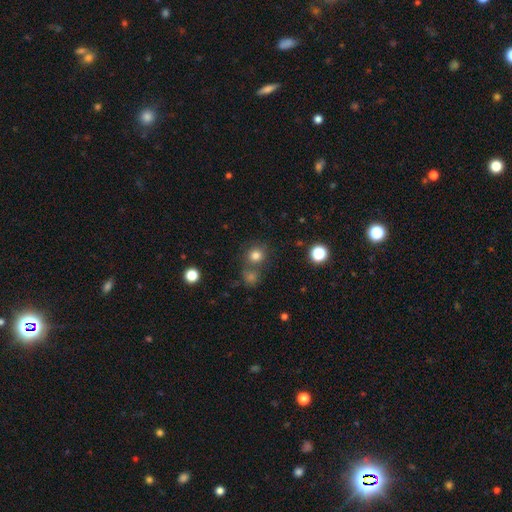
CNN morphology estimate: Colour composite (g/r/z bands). It shows a smooth galaxy with no disk features (79%) that is round (87%). Merging: none (66%).